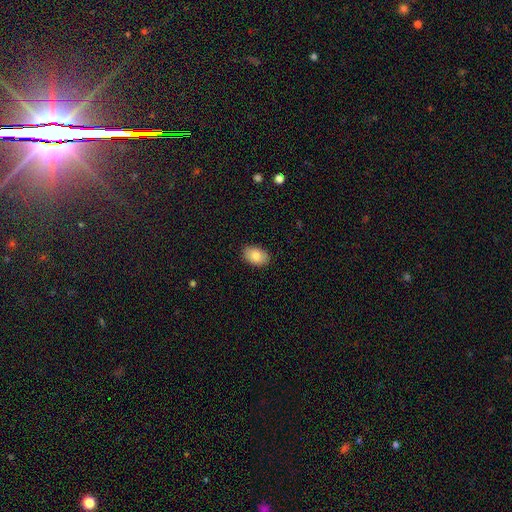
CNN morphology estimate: Smooth or featured?
  - smooth: 86% *
  - featured or disk: 7%
  - star or artifact: 7%
How rounded?
  - in between: 90% *
  - round: 9%
  - cigar-shaped: 1%
Merging?
  - none: 87% *
  - minor disturbance: 10%
  - major disturbance: 2%
  - merger: 1%